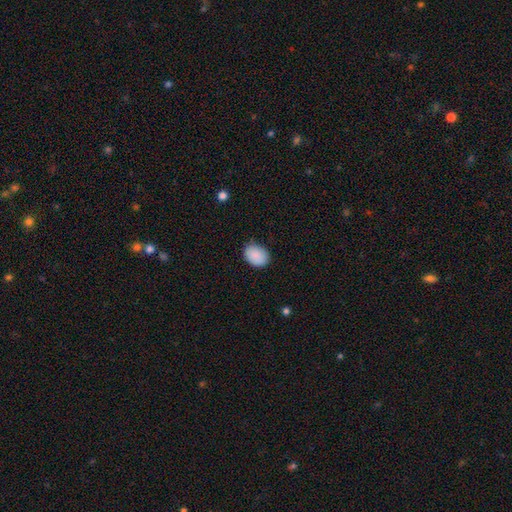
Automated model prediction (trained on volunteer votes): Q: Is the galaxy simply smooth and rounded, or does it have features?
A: smooth — 90%.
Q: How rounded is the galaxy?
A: in between — 74%.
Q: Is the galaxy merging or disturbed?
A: none — 81%.